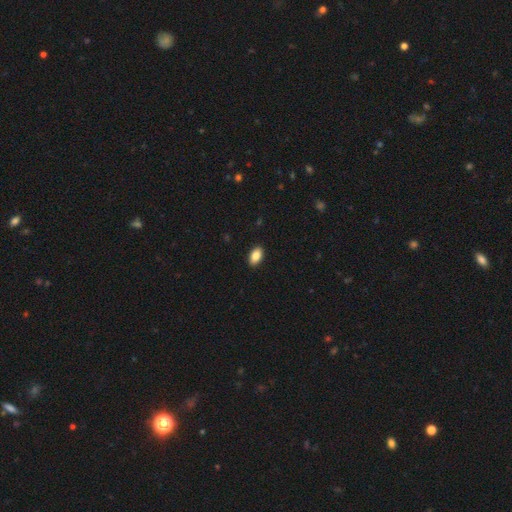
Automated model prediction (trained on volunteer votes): Q: Smooth or featured?
A: smooth (87%); runner-up: star or artifact (8%)
Q: How rounded?
A: in between (92%); runner-up: round (6%)
Q: Merging?
A: none (90%); runner-up: minor disturbance (7%)